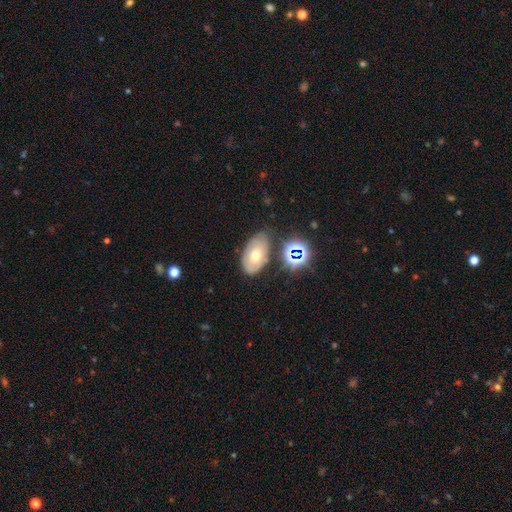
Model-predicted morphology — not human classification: Smooth or featured?
  - smooth: 46% *
  - featured or disk: 36%
  - star or artifact: 18%
Merging?
  - none: 72% *
  - minor disturbance: 17%
  - merger: 6%
  - major disturbance: 5%